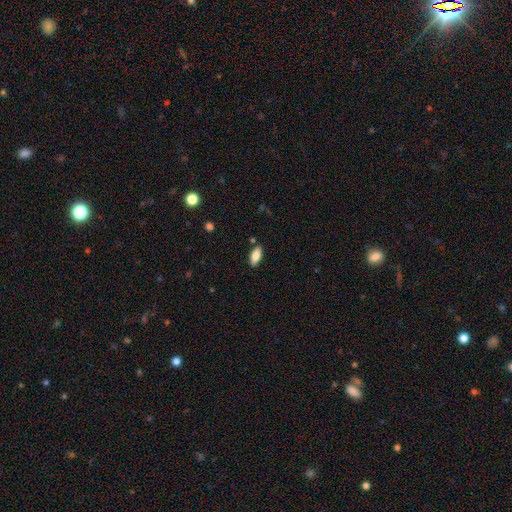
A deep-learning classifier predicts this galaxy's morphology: Smooth or featured? Predicted: smooth (p=0.79). How rounded? Predicted: in between (p=0.82). Merging? Predicted: none (p=0.86).